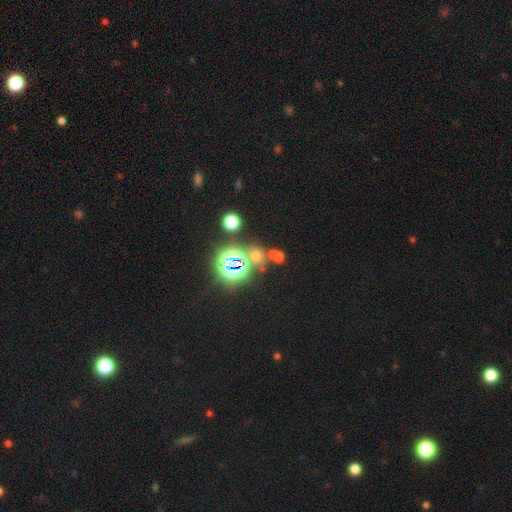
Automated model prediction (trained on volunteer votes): smooth-or-featured: star or artifact: 48% | smooth: 43% | featured or disk: 10%